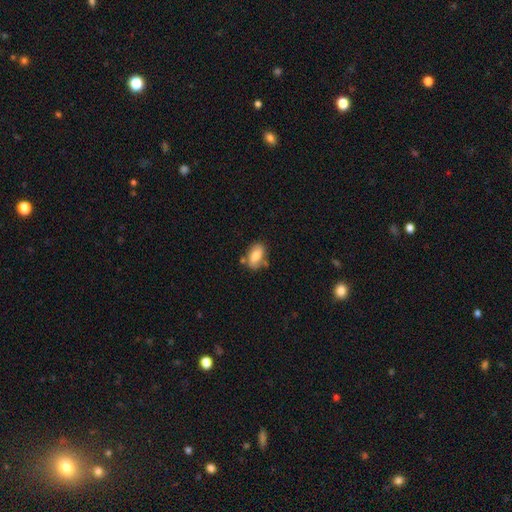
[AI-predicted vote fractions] Overall: smooth (74%). How rounded: in between (89%). Merging: none (69%).